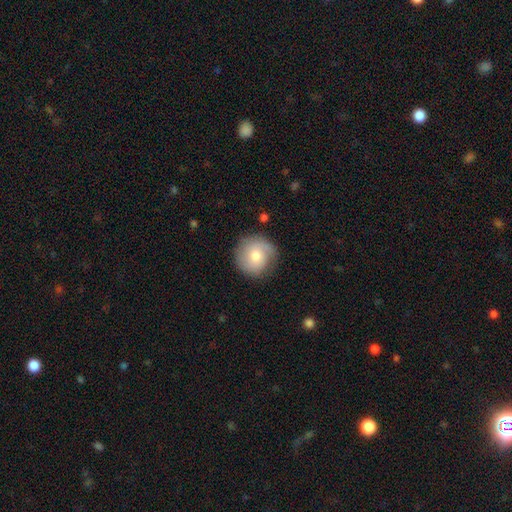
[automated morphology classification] A smooth galaxy with no disk features (58%) that is round (92%).

Vote fractions:
- Smooth or featured? smooth: 58% / featured or disk: 35% / star or artifact: 7%
- How rounded? round: 92% / in between: 7% / cigar-shaped: 1%
- Merging? none: 78% / minor disturbance: 16% / major disturbance: 5% / merger: 2%